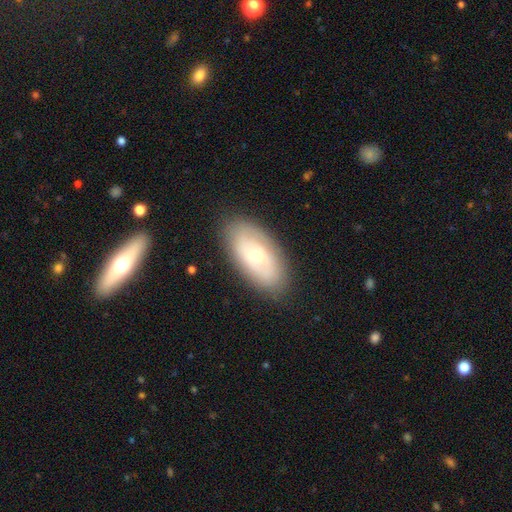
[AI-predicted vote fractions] This is possibly a featured or disk galaxy (47%). Merging: clearly none (83%).